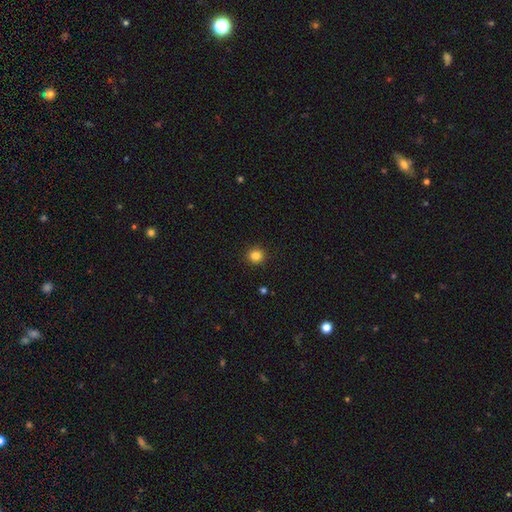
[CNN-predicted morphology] A smooth galaxy with no disk features (84%) that is round (92%).

Vote fractions:
- Smooth or featured? smooth: 84% / star or artifact: 12% / featured or disk: 4%
- How rounded? round: 92% / in between: 7% / cigar-shaped: 1%
- Merging? none: 92% / minor disturbance: 5% / major disturbance: 2% / merger: 1%